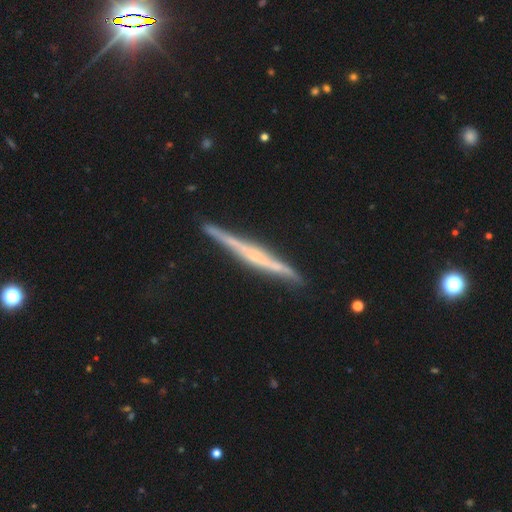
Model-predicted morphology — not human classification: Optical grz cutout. It shows a featured or disk galaxy (78%) viewed edge-on (98%) with no central bulge (42%). Merging: none (86%).